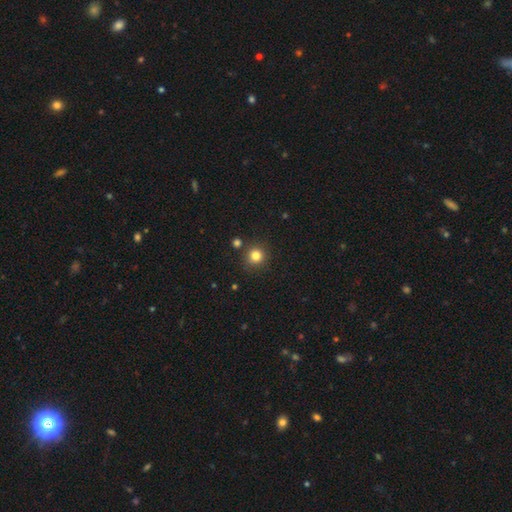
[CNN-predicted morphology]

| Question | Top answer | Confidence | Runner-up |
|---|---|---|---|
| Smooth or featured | smooth | 82% | star or artifact (13%) |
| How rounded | round | 92% | in between (7%) |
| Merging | none | 85% | minor disturbance (8%) |